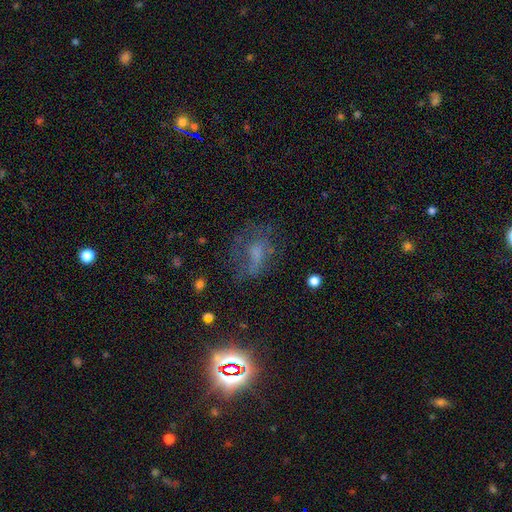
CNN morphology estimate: A smooth galaxy with no disk features (38%).

Vote fractions:
- Smooth or featured? smooth: 38% / featured or disk: 37% / star or artifact: 26%
- Merging? none: 43% / major disturbance: 32% / minor disturbance: 22% / merger: 3%